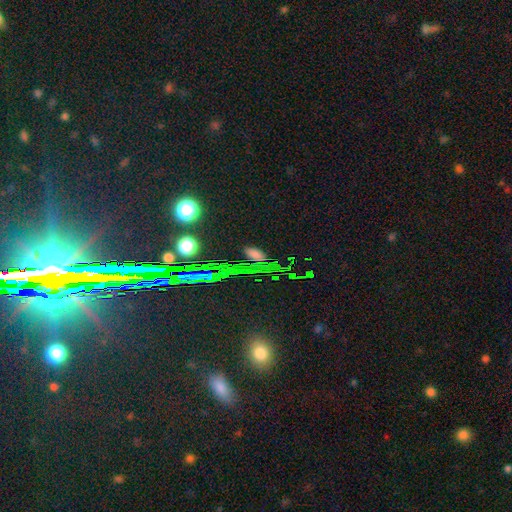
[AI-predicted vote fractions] The model was most divided on "smooth or featured": star or artifact: 45%, smooth: 39%, featured or disk: 16%.